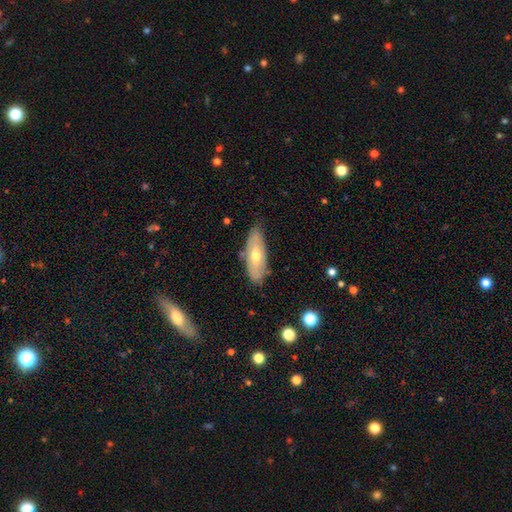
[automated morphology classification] type=smooth (48%); merging=none (75%).